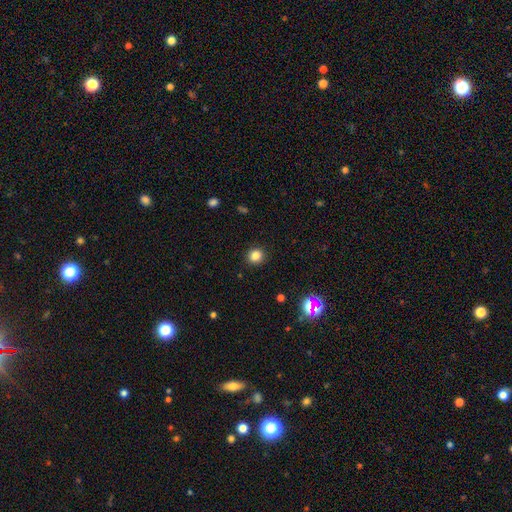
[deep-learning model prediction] The model was most divided on "smooth or featured": smooth: 83%, star or artifact: 13%, featured or disk: 5%. More confident: merging — none (91%); how rounded — round (85%).